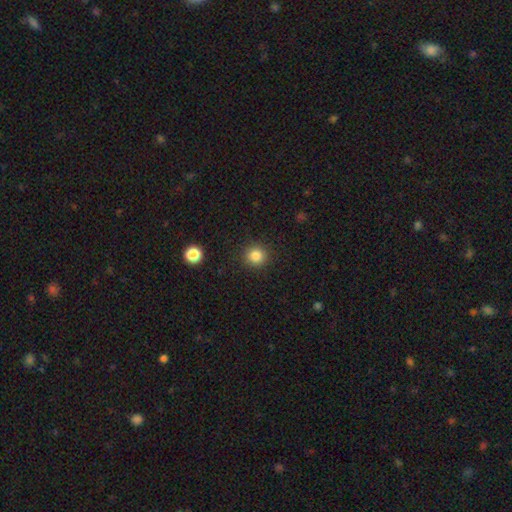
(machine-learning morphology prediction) Smooth or featured? smooth (84%)
How rounded? round (93%)
Merging? none (91%)